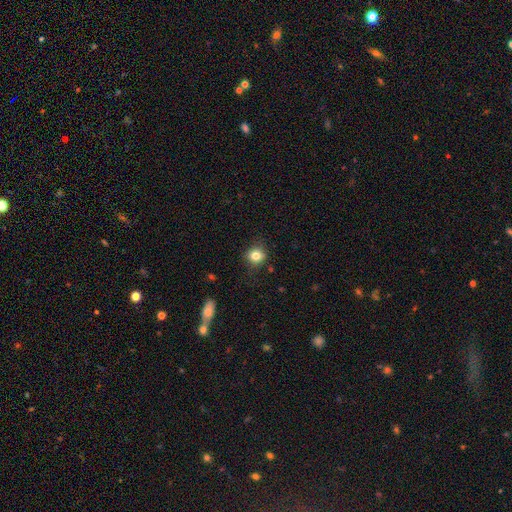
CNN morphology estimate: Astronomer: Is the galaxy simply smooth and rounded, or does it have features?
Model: smooth — 81%.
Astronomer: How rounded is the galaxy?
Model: round — 80%.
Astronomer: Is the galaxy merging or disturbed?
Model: none — 83%.